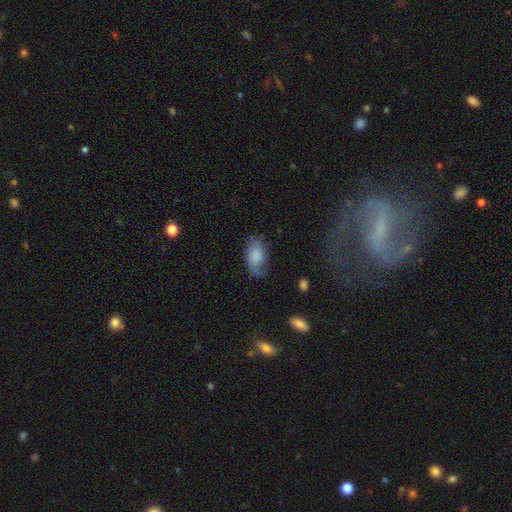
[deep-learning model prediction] smooth-or-featured: smooth: 68% | featured or disk: 25% | star or artifact: 8%
  how-rounded: in between: 92% | round: 6% | cigar-shaped: 2%
  merging: none: 50% | minor disturbance: 29% | major disturbance: 19% | merger: 2%